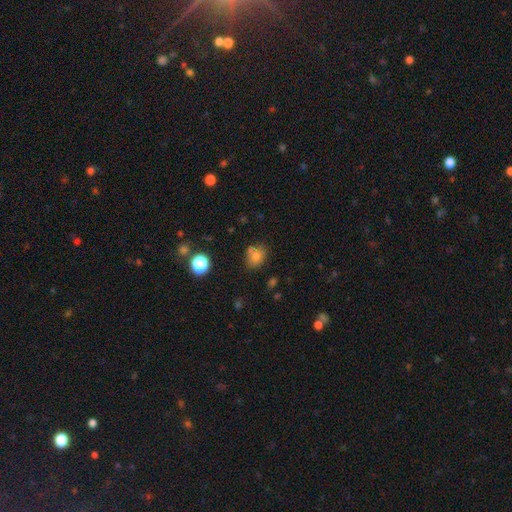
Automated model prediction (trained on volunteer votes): Q: Smooth or featured?
A: smooth (74%); runner-up: star or artifact (14%)
Q: How rounded?
A: round (61%); runner-up: in between (38%)
Q: Merging?
A: none (61%); runner-up: merger (20%)